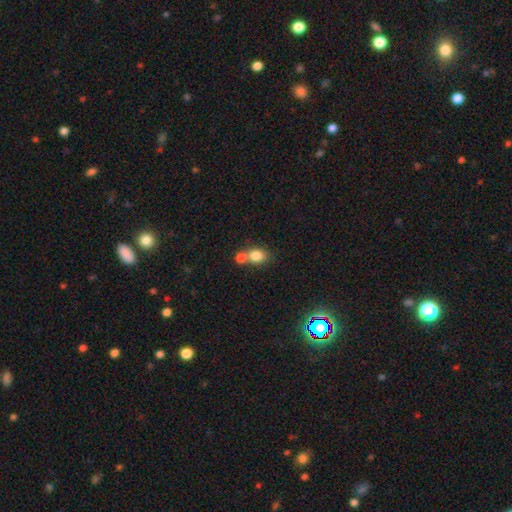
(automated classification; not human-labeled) Smooth or featured: smooth — 82% (star or artifact — 10%)
How rounded: round — 56% (in between — 42%)
Merging: none — 45% (merger — 44%)